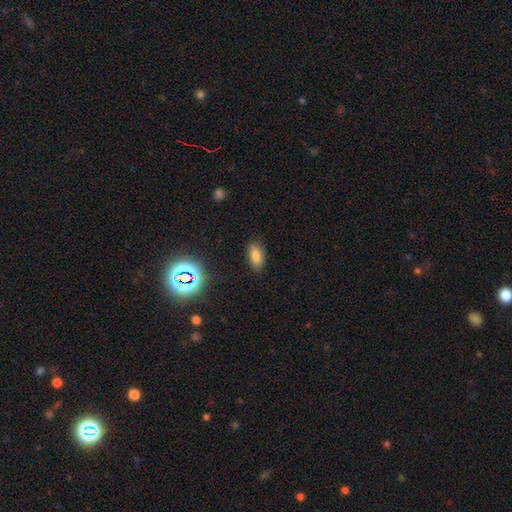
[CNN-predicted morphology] smooth_or_featured: smooth (p=0.77) [alt: star or artifact p=0.15]
how_rounded: in between (p=0.88) [alt: cigar-shaped p=0.08]
merging: none (p=0.83) [alt: minor disturbance p=0.12]